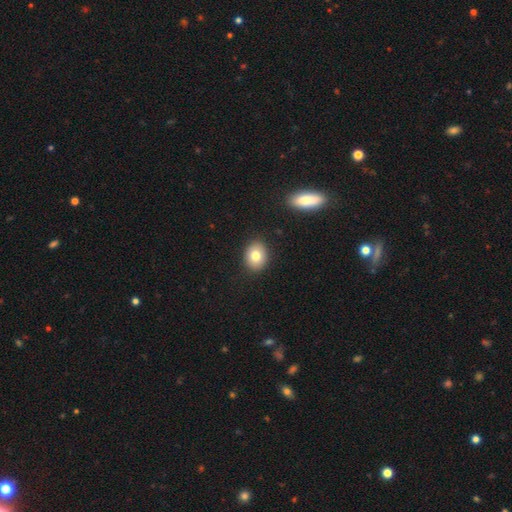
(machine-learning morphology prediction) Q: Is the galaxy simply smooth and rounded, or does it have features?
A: smooth — 79%.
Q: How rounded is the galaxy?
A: in between — 51%.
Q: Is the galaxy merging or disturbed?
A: none — 89%.